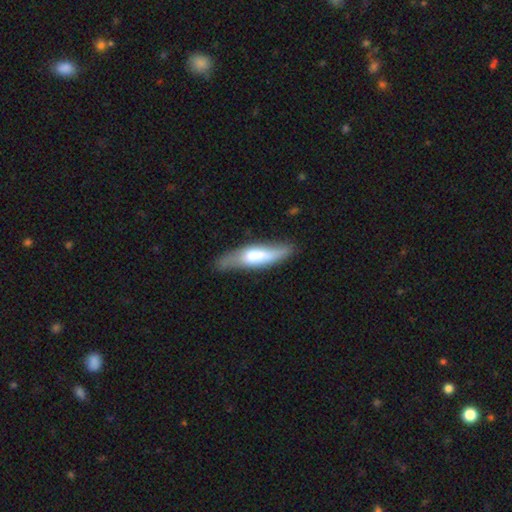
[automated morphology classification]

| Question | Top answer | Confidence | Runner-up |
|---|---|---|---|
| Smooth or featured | smooth | 53% | featured or disk (41%) |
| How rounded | cigar-shaped | 63% | in between (34%) |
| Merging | none | 67% | minor disturbance (22%) |